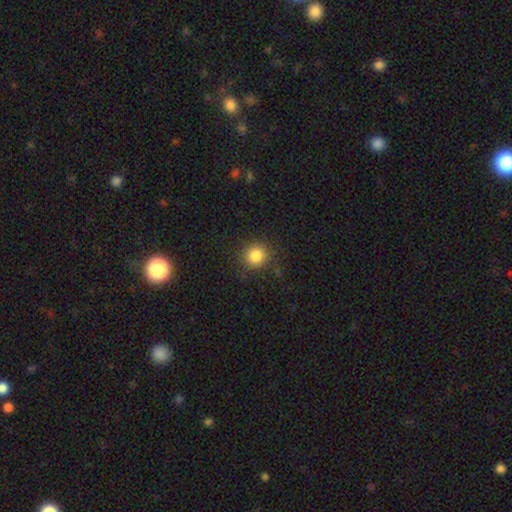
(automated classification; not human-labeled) Smooth or featured? smooth (85%)
How rounded? round (90%)
Merging? none (86%)